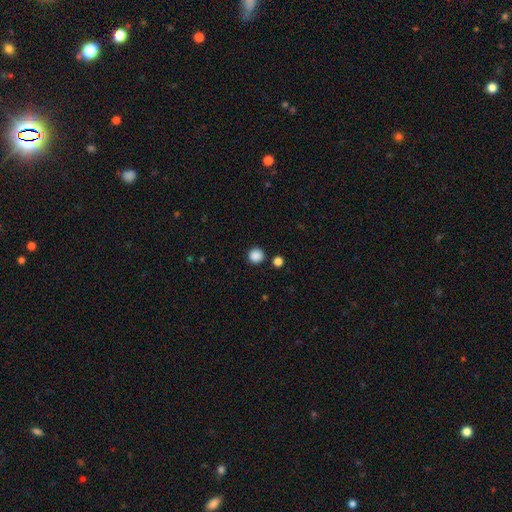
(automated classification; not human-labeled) Smooth or featured?
  - smooth: 87% *
  - star or artifact: 10%
  - featured or disk: 3%
How rounded?
  - round: 94% *
  - in between: 5%
  - cigar-shaped: 1%
Merging?
  - none: 89% *
  - minor disturbance: 5%
  - merger: 3%
  - major disturbance: 2%